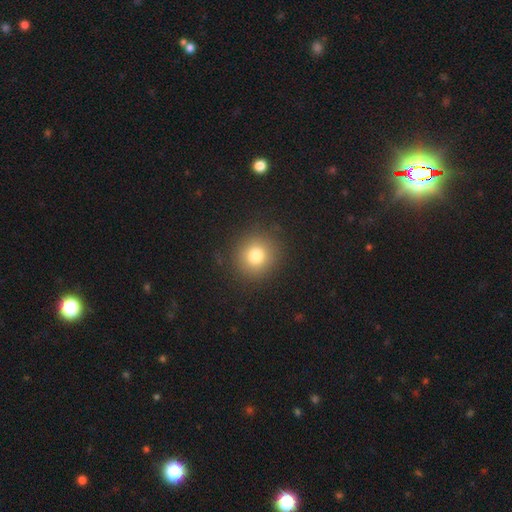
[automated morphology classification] Smooth or featured? Predicted: smooth (p=0.79). How rounded? Predicted: round (p=0.90). Merging? Predicted: none (p=0.89).